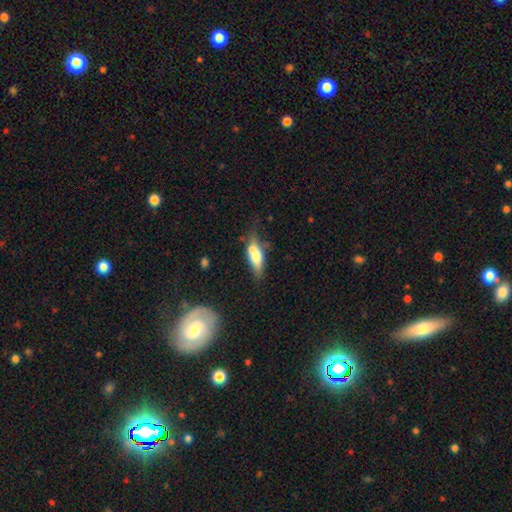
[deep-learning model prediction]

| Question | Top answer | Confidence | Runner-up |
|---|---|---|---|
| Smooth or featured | smooth | 56% | featured or disk (36%) |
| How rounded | in between | 60% | cigar-shaped (37%) |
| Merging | none | 48% | minor disturbance (23%) |